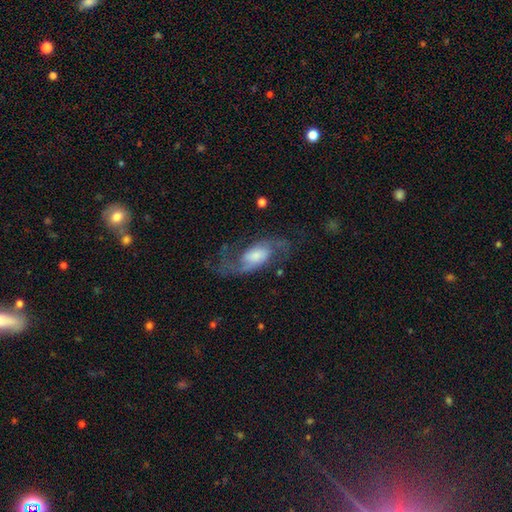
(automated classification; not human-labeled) smooth-or-featured: featured or disk: 80% | smooth: 13% | star or artifact: 6%
  disk-edge-on: no: 95% | yes: 5%
    bar: no: 51% | weak: 38% | strong: 11%
    has-spiral-arms: yes: 94% | no: 6%
      spiral-winding: medium: 45% | loose: 44% | tight: 12%
      spiral-arm-count: 2: 87% | can't tell: 5% | 1: 3% | 3: 2% | 4: 1% | more than 4: 1%
    bulge-size: moderate: 36% | large: 27% | small: 25% | none: 8% | dominant: 4%
  merging: none: 63% | major disturbance: 18% | minor disturbance: 17% | merger: 2%